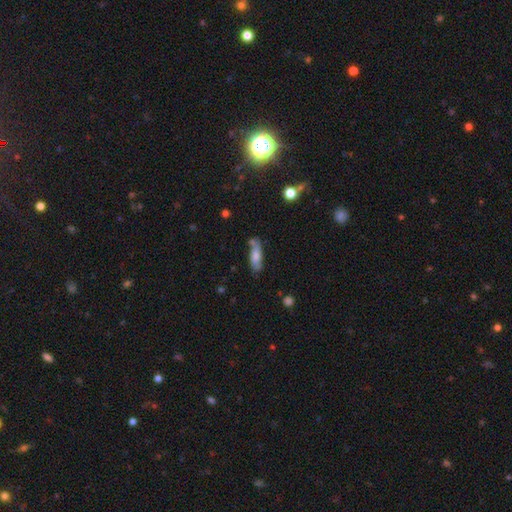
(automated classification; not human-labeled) A smooth galaxy with no disk features (66%) that is in between round and cigar-shaped (49%, tied with cigar-shaped). Merging: none (64%).